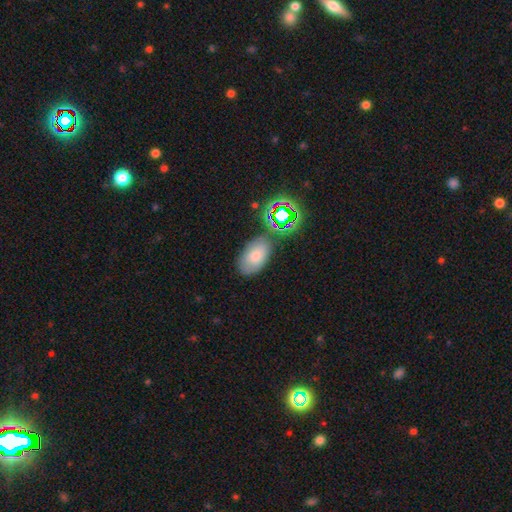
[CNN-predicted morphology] Smooth or featured: smooth — 61% (star or artifact — 22%)
How rounded: in between — 88% (round — 10%)
Merging: none — 71% (minor disturbance — 17%)